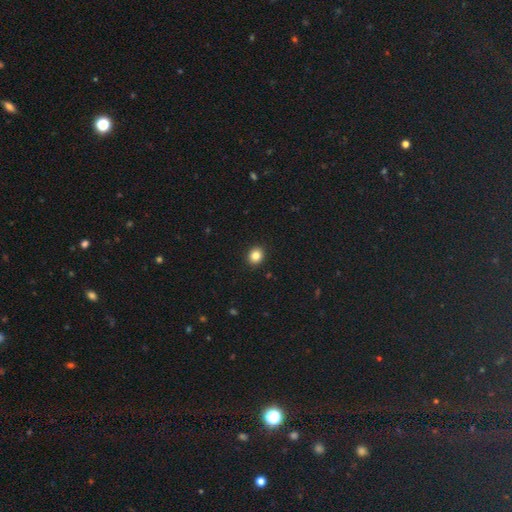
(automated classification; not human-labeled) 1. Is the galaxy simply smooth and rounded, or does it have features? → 84% smooth, 11% star or artifact, 5% featured or disk.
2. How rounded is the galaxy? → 65% round, 34% in between, 1% cigar-shaped.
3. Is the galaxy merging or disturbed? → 92% none, 5% minor disturbance, 2% major disturbance, 1% merger.